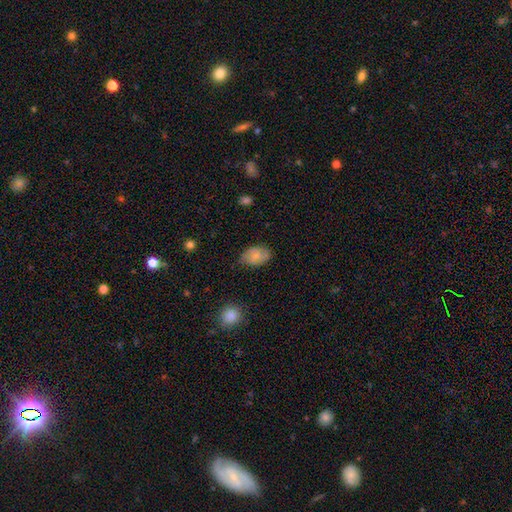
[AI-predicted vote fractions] A smooth galaxy with no disk features (72%) that is in between round and cigar-shaped (88%). Merging: none (71%).